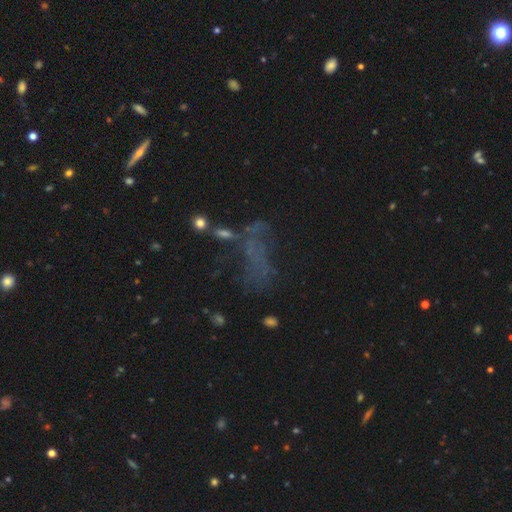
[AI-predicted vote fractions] A star or artifact, not a galaxy (35%).

Vote fractions:
- Smooth or featured? star or artifact: 35% / featured or disk: 34% / smooth: 31%